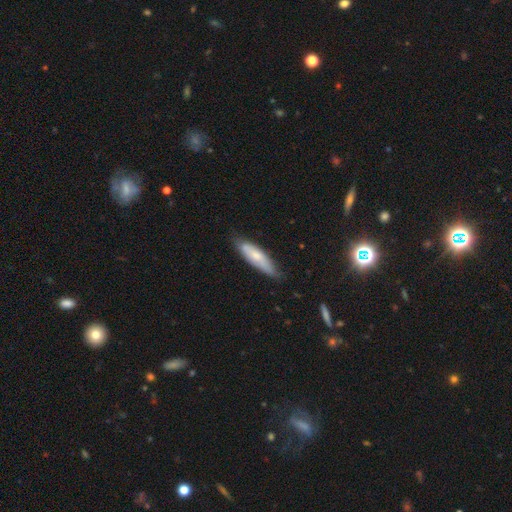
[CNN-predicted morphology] Overall: smooth (63%; featured or disk 31%). How rounded: cigar-shaped (63%; in between 35%). Merging: none (68%).